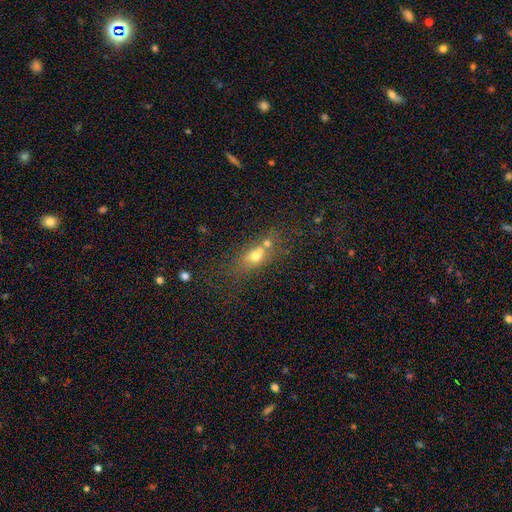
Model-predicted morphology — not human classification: smooth-or-featured: smooth: 59% | featured or disk: 25% | star or artifact: 16%
  how-rounded: in between: 54% | round: 34% | cigar-shaped: 12%
  merging: merger: 43% | none: 39% | minor disturbance: 11% | major disturbance: 7%